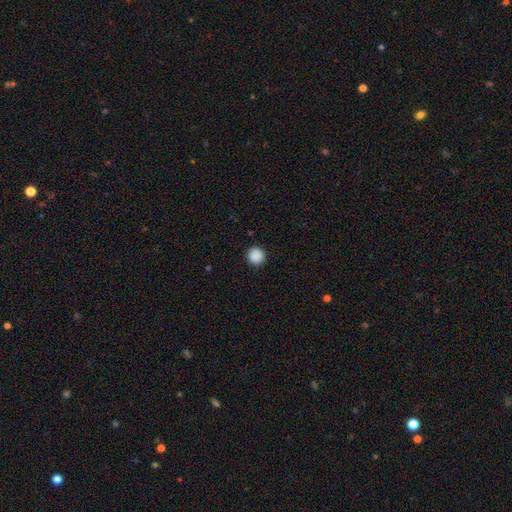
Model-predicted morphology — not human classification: Smooth or featured?
  - smooth: 89% *
  - star or artifact: 9%
  - featured or disk: 2%
How rounded?
  - round: 94% *
  - in between: 5%
  - cigar-shaped: 1%
Merging?
  - none: 91% *
  - minor disturbance: 6%
  - major disturbance: 2%
  - merger: 1%